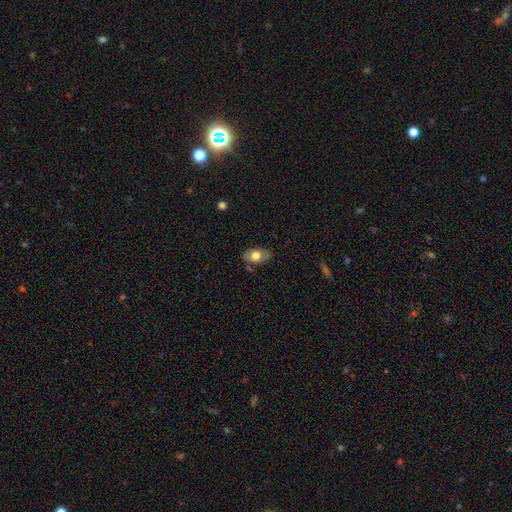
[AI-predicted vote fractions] This is likely a smooth galaxy (63%). How rounded: clearly in between (88%). Merging: likely none (75%).